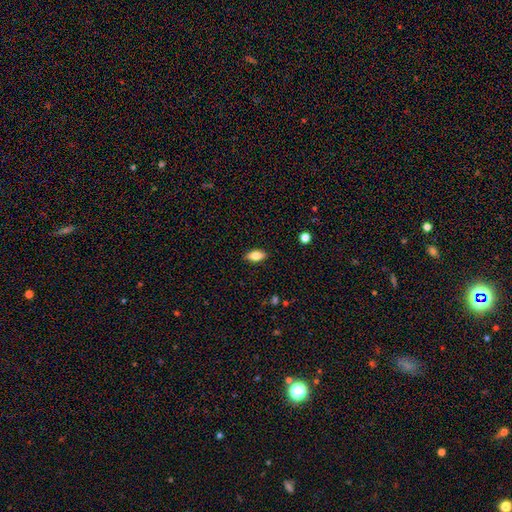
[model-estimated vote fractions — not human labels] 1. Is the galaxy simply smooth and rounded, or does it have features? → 78% smooth, 15% featured or disk, 7% star or artifact.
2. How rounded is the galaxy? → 88% in between, 8% cigar-shaped, 4% round.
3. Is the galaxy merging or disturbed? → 88% none, 9% minor disturbance, 2% major disturbance, 1% merger.